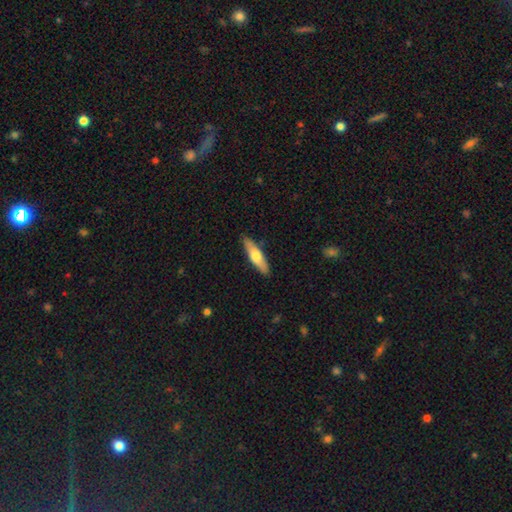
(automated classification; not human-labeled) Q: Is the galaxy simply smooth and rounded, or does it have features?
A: smooth — 60%.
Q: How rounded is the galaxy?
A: cigar-shaped — 67%.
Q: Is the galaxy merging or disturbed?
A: none — 86%.